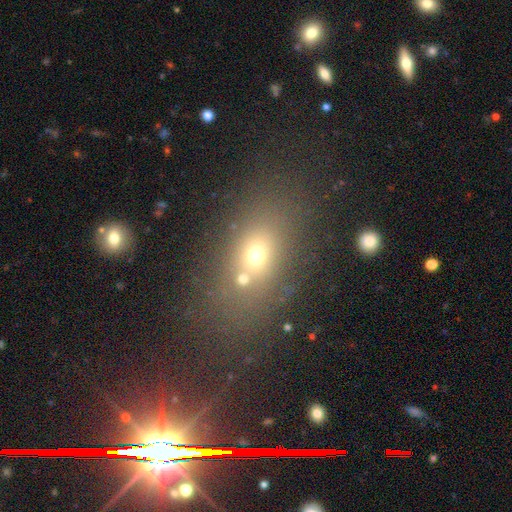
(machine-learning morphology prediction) A smooth galaxy with no disk features (62%) that is in between round and cigar-shaped (68%). Merging: none (57%).